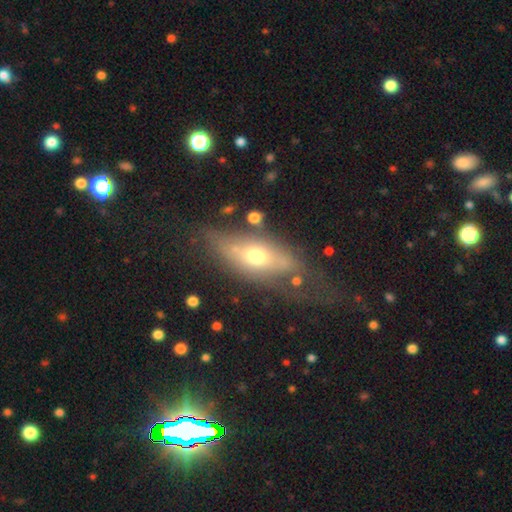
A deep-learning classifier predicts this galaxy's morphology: Overall: featured or disk (47%; smooth 45%). Merging: none (49%; minor disturbance 24%).